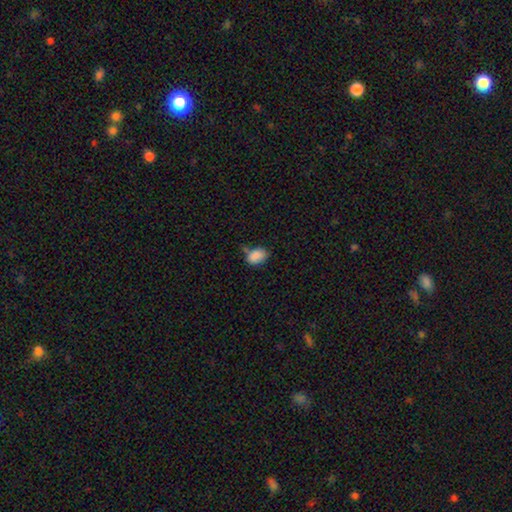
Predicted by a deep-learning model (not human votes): The model was most divided on "merging": none: 55%, minor disturbance: 27%, merger: 10%, major disturbance: 7%. More confident: smooth or featured — smooth (87%); how rounded — in between (84%).